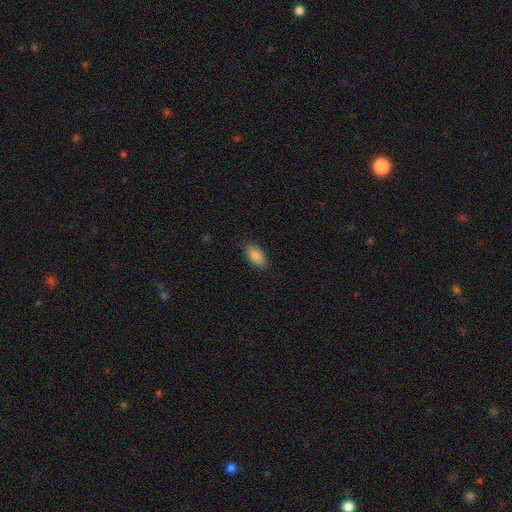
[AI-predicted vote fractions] smooth 87%, star or artifact 7%, featured or disk 7%. Down the decision tree: how rounded — in between (92%); merging — none (85%).